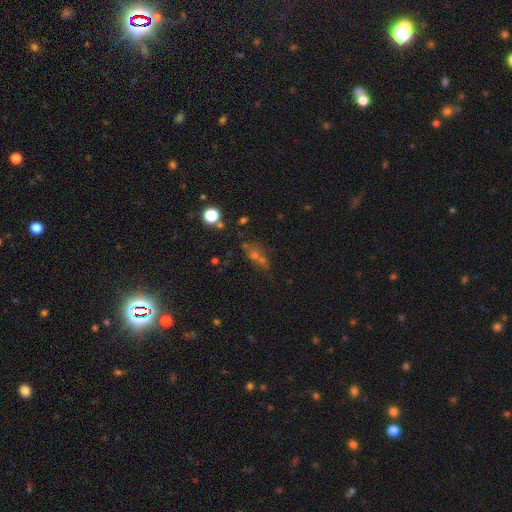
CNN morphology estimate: Smooth or featured? Predicted: star or artifact (p=0.43).